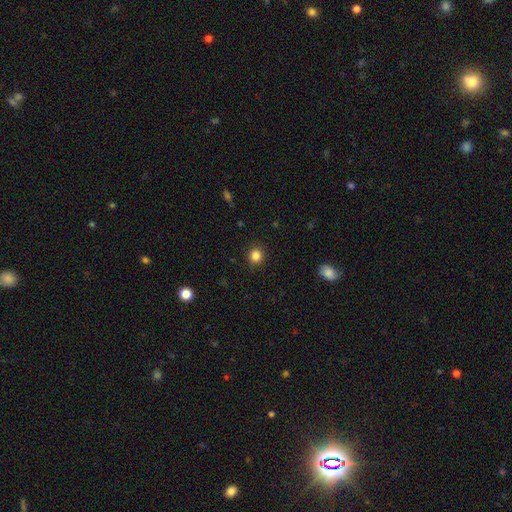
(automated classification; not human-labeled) Smooth or featured? Predicted: smooth (p=0.84). How rounded? Predicted: round (p=0.92). Merging? Predicted: none (p=0.91).